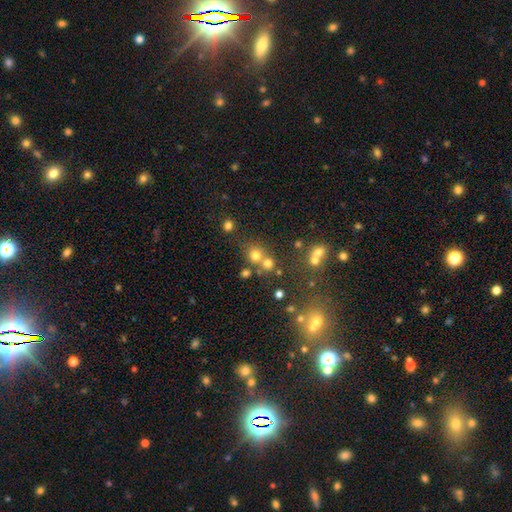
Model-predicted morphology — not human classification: Smooth or featured: smooth — 69% (star or artifact — 21%)
How rounded: round — 87% (in between — 12%)
Merging: none — 58% (merger — 30%)